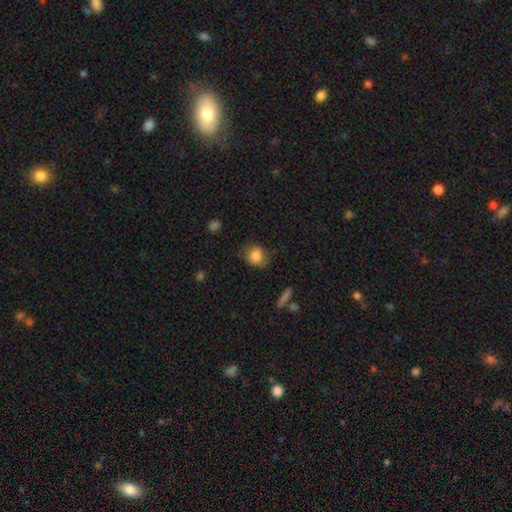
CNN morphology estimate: Overall: smooth (84%). How rounded: round (69%; in between 29%). Merging: none (65%; minor disturbance 25%).